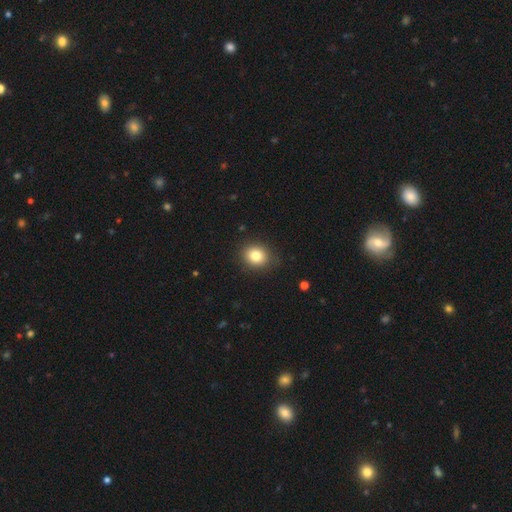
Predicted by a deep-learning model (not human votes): Smooth or featured: smooth — 81% (star or artifact — 11%)
How rounded: round — 69% (in between — 30%)
Merging: none — 87% (minor disturbance — 10%)